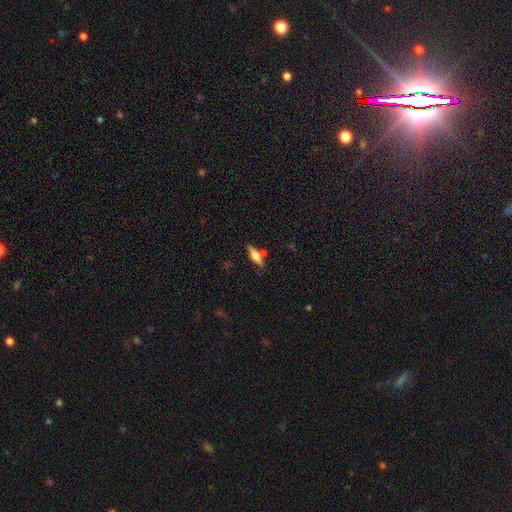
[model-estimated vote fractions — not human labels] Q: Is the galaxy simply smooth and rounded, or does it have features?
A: smooth — 51%.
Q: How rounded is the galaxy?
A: cigar-shaped — 53%.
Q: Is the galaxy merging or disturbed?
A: none — 71%.